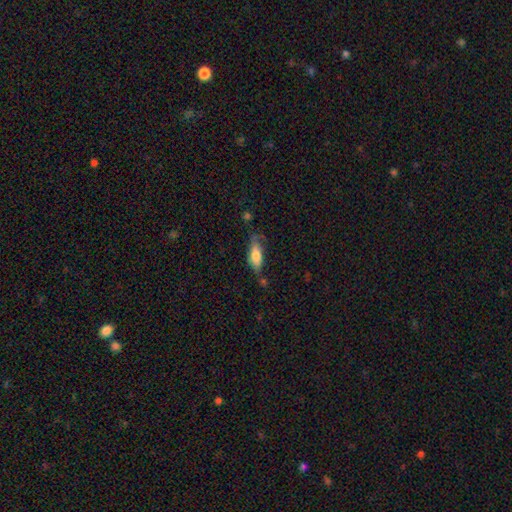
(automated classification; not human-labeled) This appears to be a smooth galaxy with no disk features (69%) that is in between round and cigar-shaped (61%). Merging: none (58%).